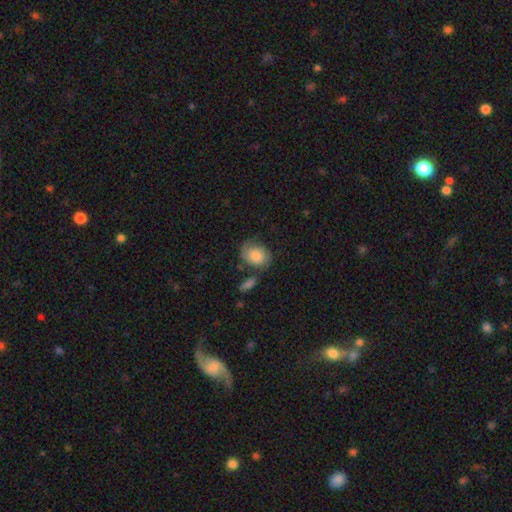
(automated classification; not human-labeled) smooth 55%, featured or disk 37%, star or artifact 8%. Down the decision tree: how rounded — in between (53%); merging — none (54%).